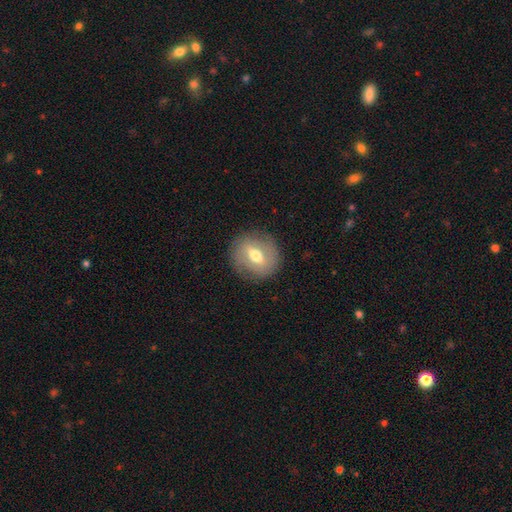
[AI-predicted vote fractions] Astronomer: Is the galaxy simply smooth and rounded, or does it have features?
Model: featured or disk — 46%, tied with smooth at 46%.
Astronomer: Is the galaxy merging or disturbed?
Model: none — 84%.